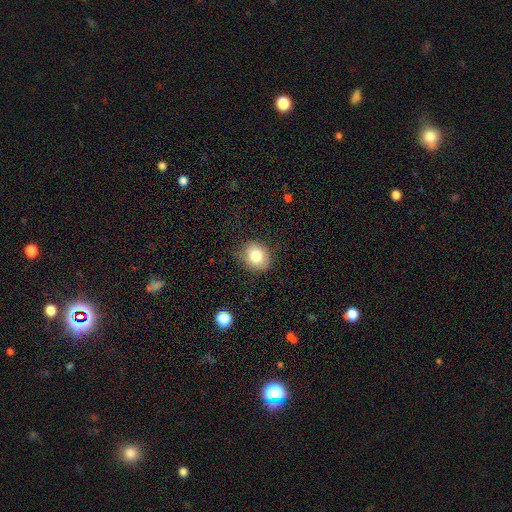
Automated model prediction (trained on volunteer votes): smooth_or_featured: smooth (p=0.80) [alt: star or artifact p=0.10]
how_rounded: round (p=0.68) [alt: in between p=0.31]
merging: none (p=0.80) [alt: minor disturbance p=0.15]